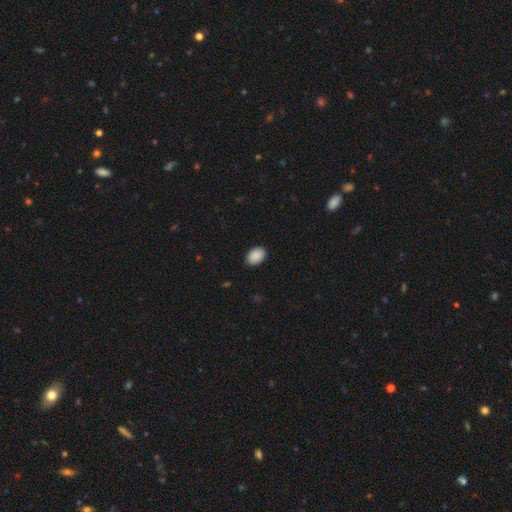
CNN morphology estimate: This appears to be a smooth galaxy with no disk features (91%) that is in between round and cigar-shaped (87%). Merging: none (89%).